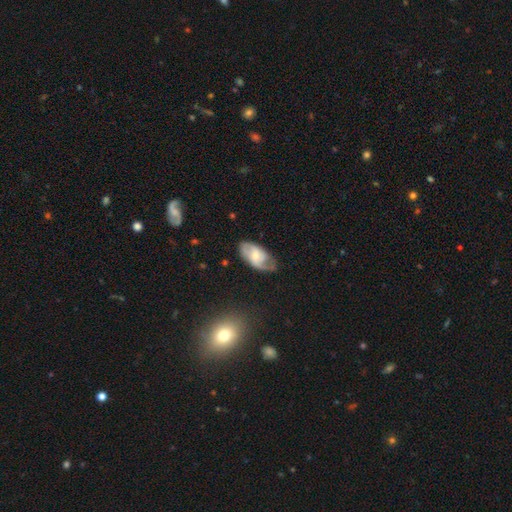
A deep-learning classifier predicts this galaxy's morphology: A featured or disk galaxy (61%) with no bar (55%), spiral arms (85%) and a small central bulge (48%). Merging: none (60%).